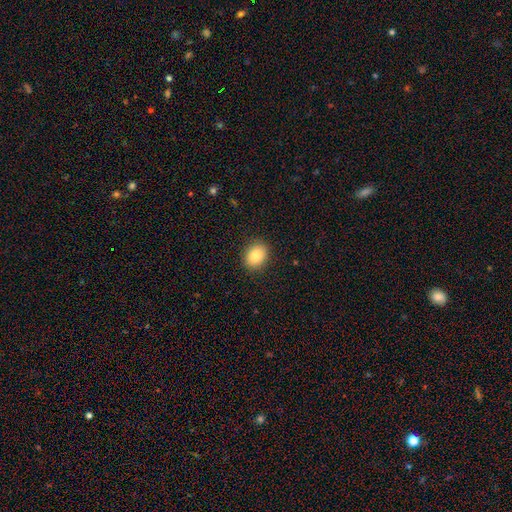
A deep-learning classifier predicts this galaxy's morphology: A smooth galaxy with no disk features (85%) that is in between round and cigar-shaped (54%). Merging: none (90%).